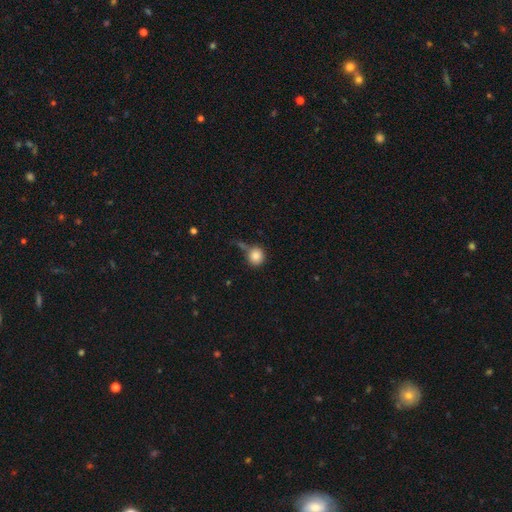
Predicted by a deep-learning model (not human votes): A smooth galaxy with no disk features (84%) that is round (91%). Merging: none (57%).